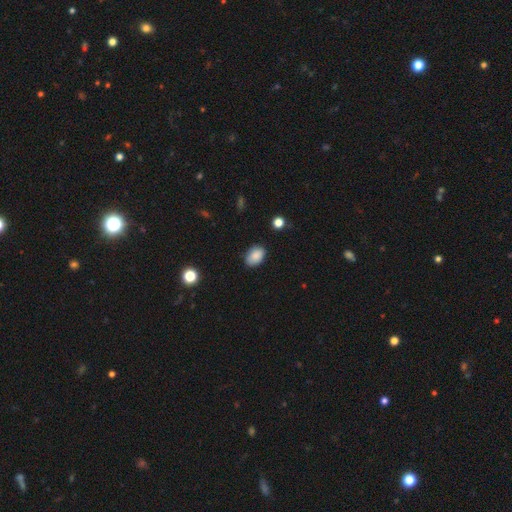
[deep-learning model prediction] Smooth or featured: smooth — 87% (star or artifact — 8%)
How rounded: in between — 85% (round — 14%)
Merging: none — 80% (minor disturbance — 16%)